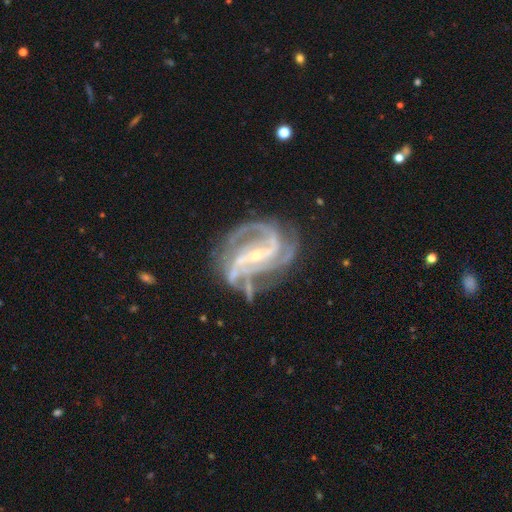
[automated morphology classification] Smooth or featured? featured or disk (92%)
Edge-on disk? no (98%)
Bar? strong (49%)
Spiral arms? yes (98%)
Spiral winding? medium (51%)
Spiral arm count? 3 (33%)
Bulge size? small (78%)
Merging? none (58%)